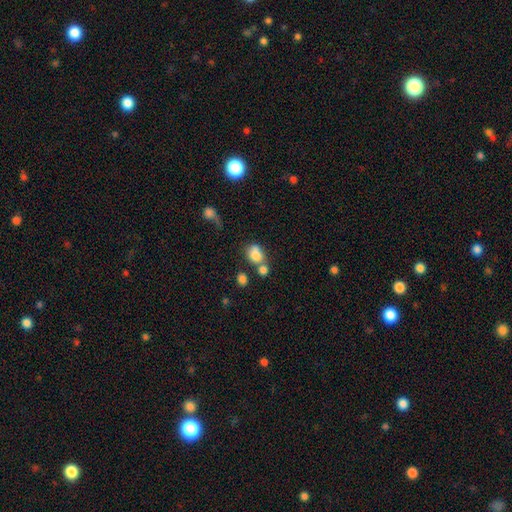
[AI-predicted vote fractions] A smooth galaxy with no disk features (77%) that is round (49%, tied with in between). Merging: merger (42%).